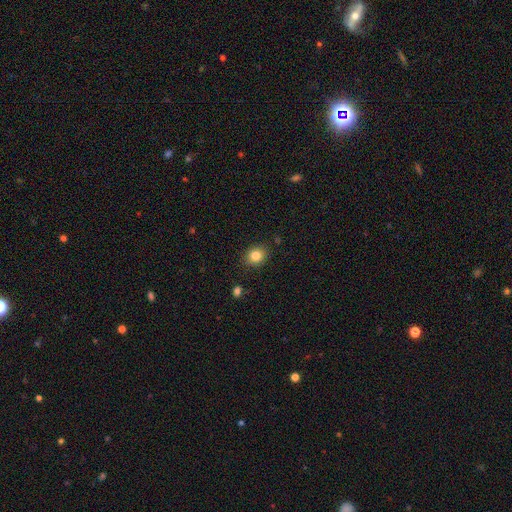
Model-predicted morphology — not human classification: Q: Smooth or featured?
A: smooth (83%); runner-up: star or artifact (10%)
Q: How rounded?
A: round (63%); runner-up: in between (36%)
Q: Merging?
A: none (87%); runner-up: minor disturbance (9%)